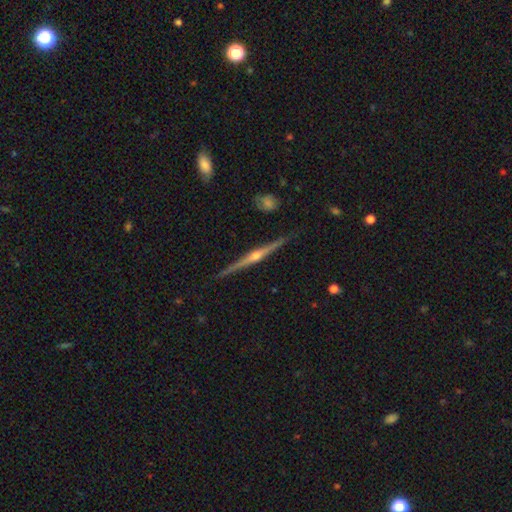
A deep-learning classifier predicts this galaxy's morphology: Smooth or featured? featured or disk (86%)
Edge-on disk? yes (99%)
Edge-on bulge? rounded (92%)
Merging? none (91%)